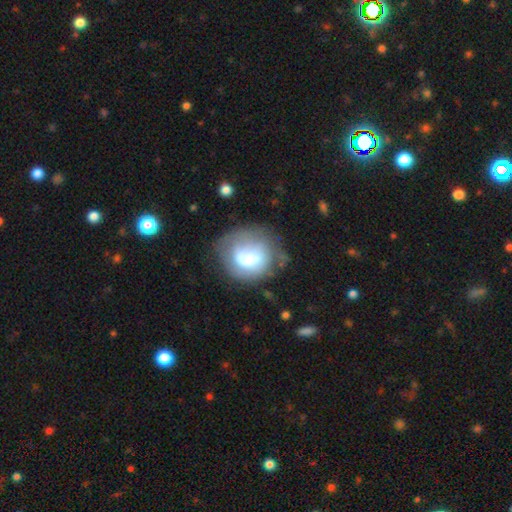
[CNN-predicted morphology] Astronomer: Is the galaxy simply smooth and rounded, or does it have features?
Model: smooth — 53% (runner-up: featured or disk, 39%).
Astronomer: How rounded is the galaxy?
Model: round — 78%.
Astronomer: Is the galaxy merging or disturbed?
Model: none — 45% (runner-up: minor disturbance, 26%).